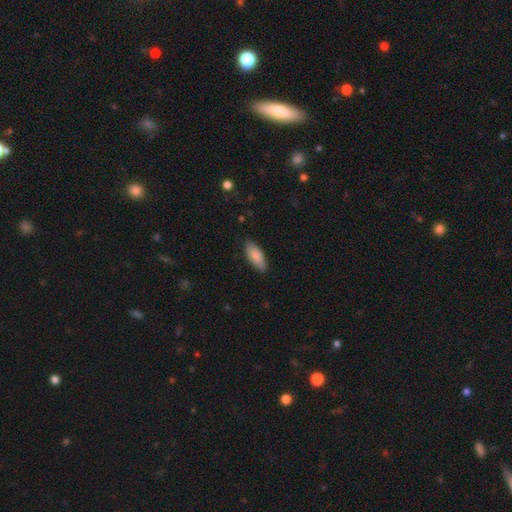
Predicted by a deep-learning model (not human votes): Smooth or featured? Predicted: smooth (p=0.84). How rounded? Predicted: in between (p=0.80). Merging? Predicted: none (p=0.82).